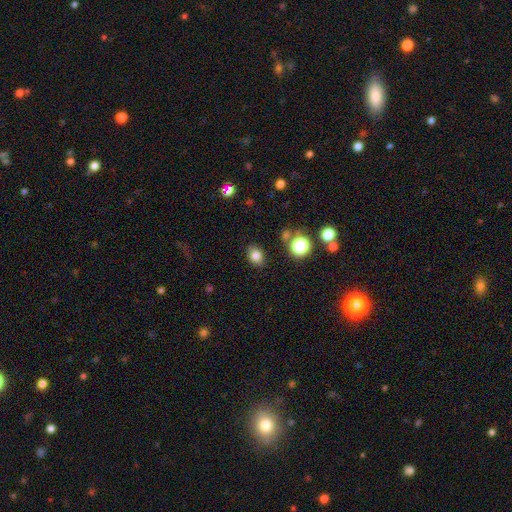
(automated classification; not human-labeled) A smooth galaxy with no disk features (81%) that is in between round and cigar-shaped (63%). Merging: none (84%).